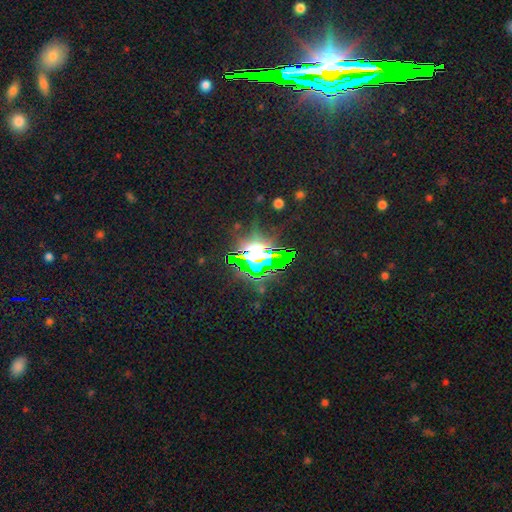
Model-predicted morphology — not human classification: A star or artifact, not a galaxy (76%).

Vote fractions:
- Smooth or featured? star or artifact: 76% / smooth: 13% / featured or disk: 11%